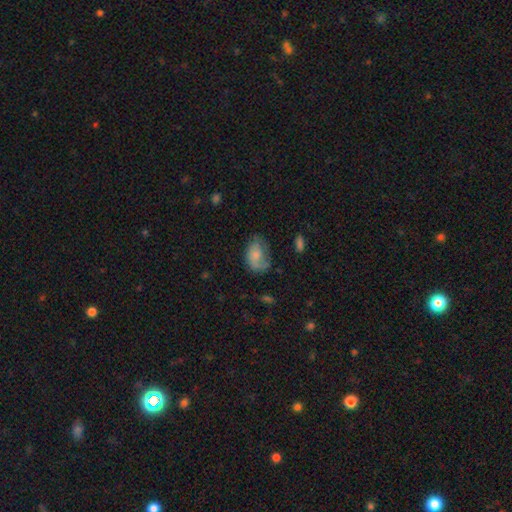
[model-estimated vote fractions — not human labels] A smooth galaxy with no disk features (59%) that is in between round and cigar-shaped (80%). Merging: none (44%).